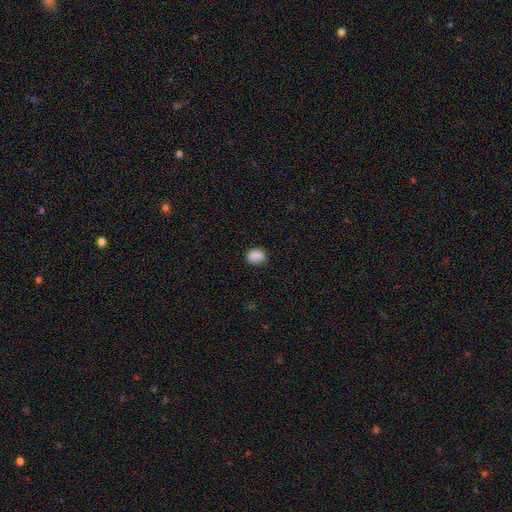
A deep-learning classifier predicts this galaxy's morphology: Smooth or featured: smooth — 88% (star or artifact — 8%)
How rounded: in between — 51% (round — 49%)
Merging: none — 84% (minor disturbance — 13%)